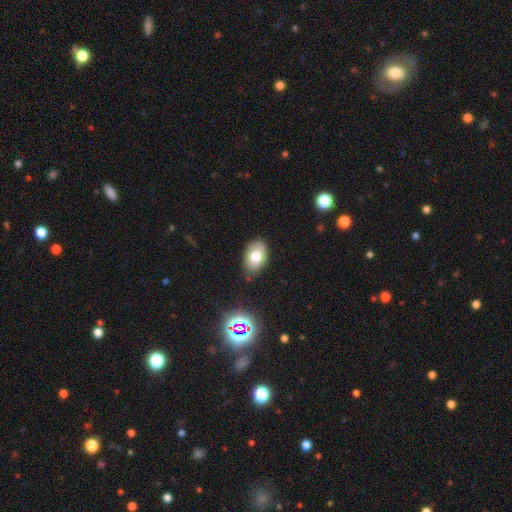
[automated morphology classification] Smooth or featured?
  - smooth: 72% *
  - star or artifact: 14%
  - featured or disk: 14%
How rounded?
  - in between: 83% *
  - round: 16%
  - cigar-shaped: 1%
Merging?
  - none: 81% *
  - minor disturbance: 14%
  - major disturbance: 3%
  - merger: 2%